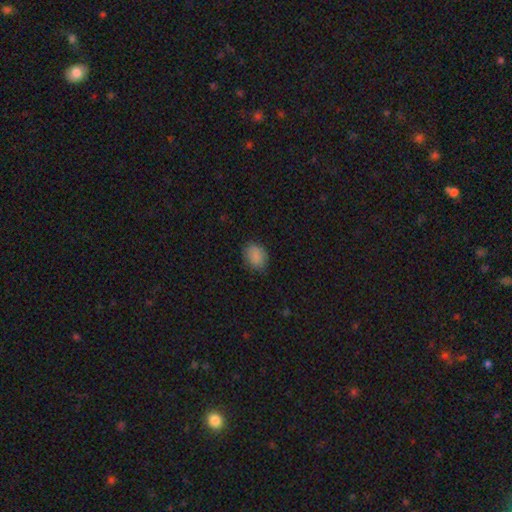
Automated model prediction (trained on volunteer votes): A smooth galaxy with no disk features (86%) that is in between round and cigar-shaped (58%).

Vote fractions:
- Smooth or featured? smooth: 86% / star or artifact: 9% / featured or disk: 5%
- How rounded? in between: 58% / round: 41% / cigar-shaped: 1%
- Merging? none: 82% / minor disturbance: 14% / major disturbance: 3% / merger: 1%